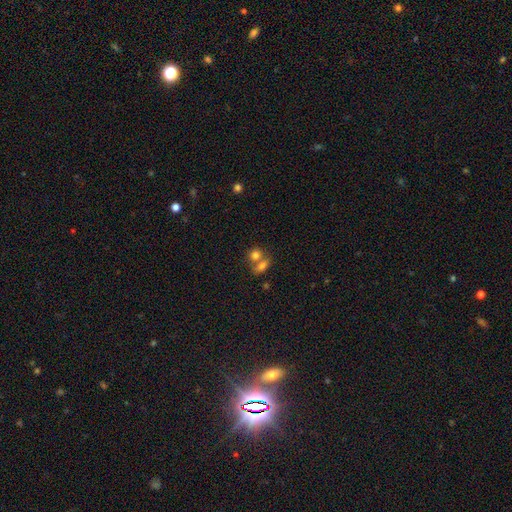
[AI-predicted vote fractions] Q: Smooth or featured?
A: smooth (78%); runner-up: featured or disk (12%)
Q: How rounded?
A: round (51%); runner-up: in between (46%)
Q: Merging?
A: merger (54%); runner-up: none (35%)